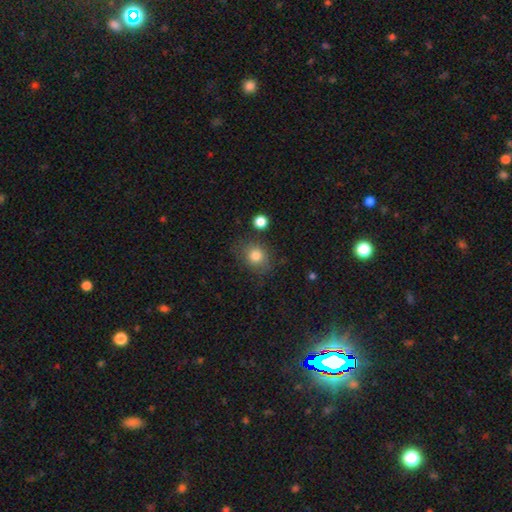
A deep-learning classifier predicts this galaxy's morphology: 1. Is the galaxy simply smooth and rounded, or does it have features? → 80% smooth, 11% star or artifact, 9% featured or disk.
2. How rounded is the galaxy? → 65% round, 34% in between, 1% cigar-shaped.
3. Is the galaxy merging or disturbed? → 75% none, 16% minor disturbance, 5% major disturbance, 4% merger.